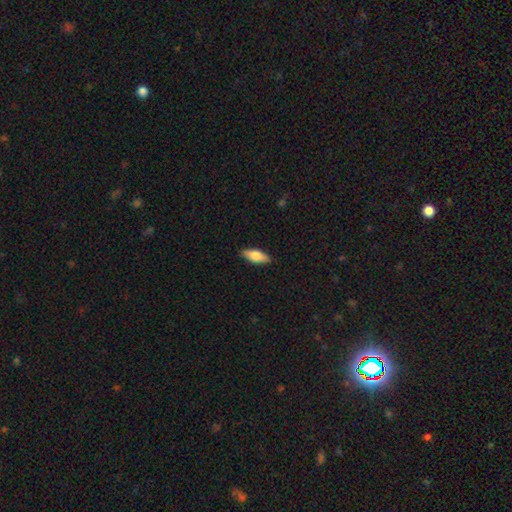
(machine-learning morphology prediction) A smooth galaxy with no disk features (71%) that is in between round and cigar-shaped (71%).

Vote fractions:
- Smooth or featured? smooth: 71% / featured or disk: 23% / star or artifact: 6%
- How rounded? in between: 71% / cigar-shaped: 26% / round: 3%
- Merging? none: 88% / minor disturbance: 9% / major disturbance: 2% / merger: 1%